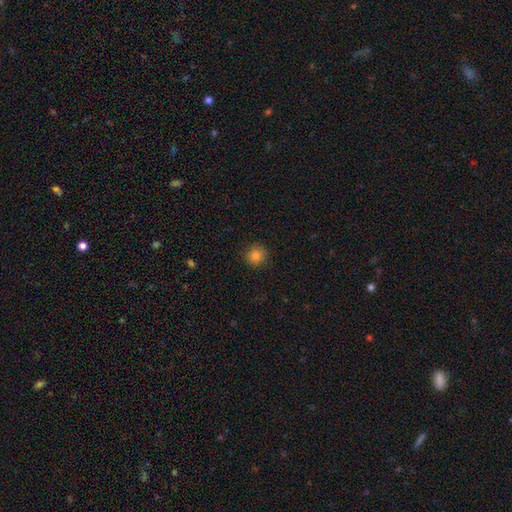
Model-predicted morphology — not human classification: This appears to be a smooth galaxy with no disk features (84%) that is round (92%). Merging: none (91%).